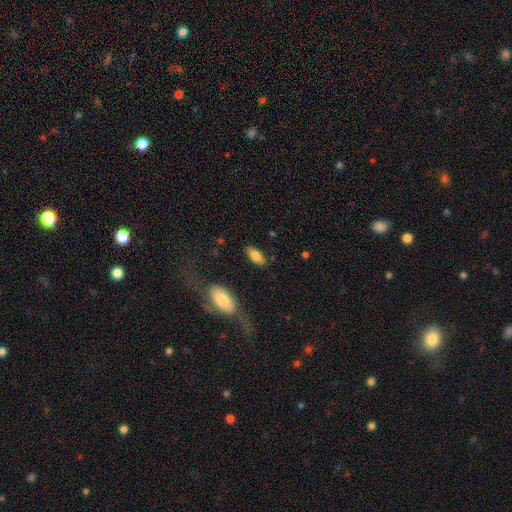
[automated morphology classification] This is likely a smooth galaxy (78%). How rounded: clearly in between (83%). Merging: clearly none (83%).